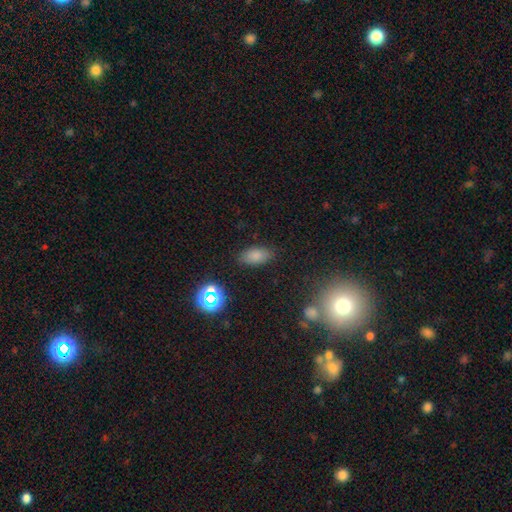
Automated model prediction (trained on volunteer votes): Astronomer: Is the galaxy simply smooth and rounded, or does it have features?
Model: smooth — 78%.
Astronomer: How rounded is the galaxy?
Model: in between — 91%.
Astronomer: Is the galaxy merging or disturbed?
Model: none — 84%.